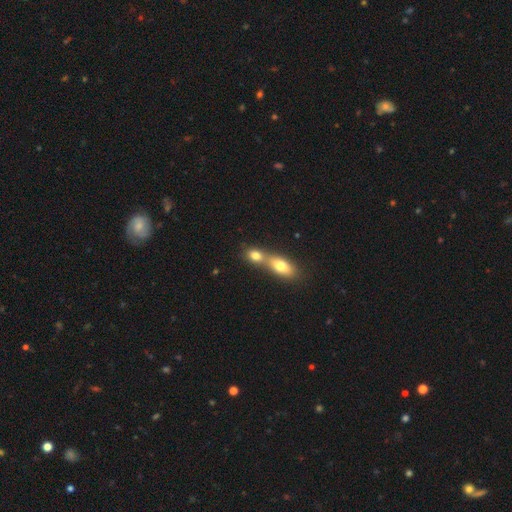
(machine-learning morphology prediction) This appears to be a smooth galaxy with no disk features (76%) that is in between round and cigar-shaped (60%). Merging: merger (70%).